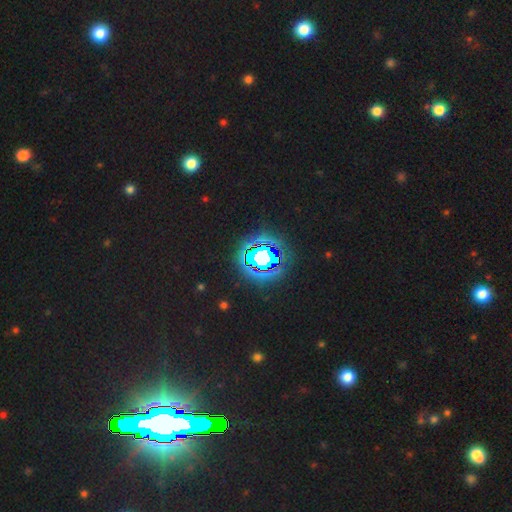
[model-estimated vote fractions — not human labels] Smooth or featured? Predicted: star or artifact (p=0.78).